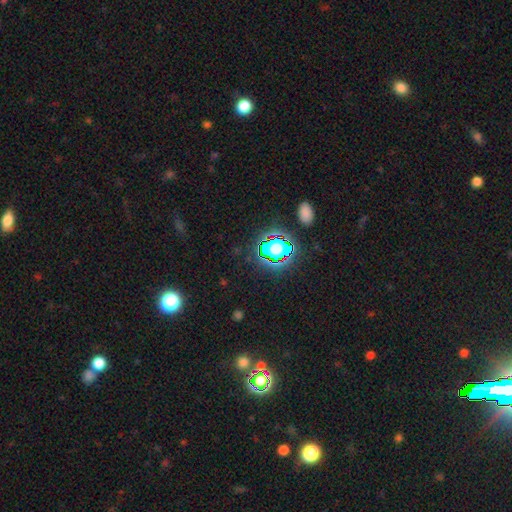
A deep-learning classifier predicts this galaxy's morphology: star or artifact 77%, smooth 15%, featured or disk 8%.